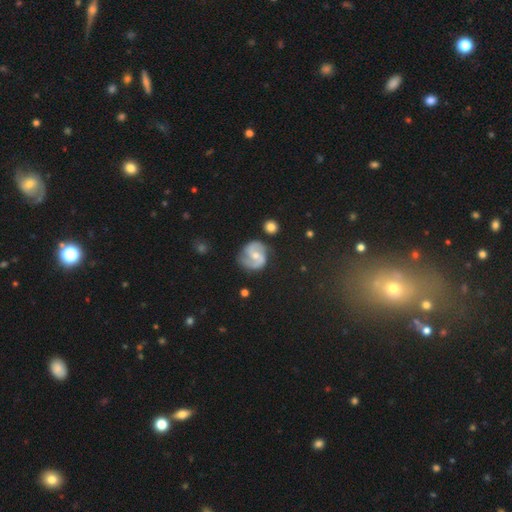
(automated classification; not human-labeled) Morphology: type=featured or disk (81%); edge-on=no (98%); bar=weak (46%); spiral arms=yes (95%); winding=medium (53%); arm count=2 (91%); bulge=moderate (52%); merging=none (76%).